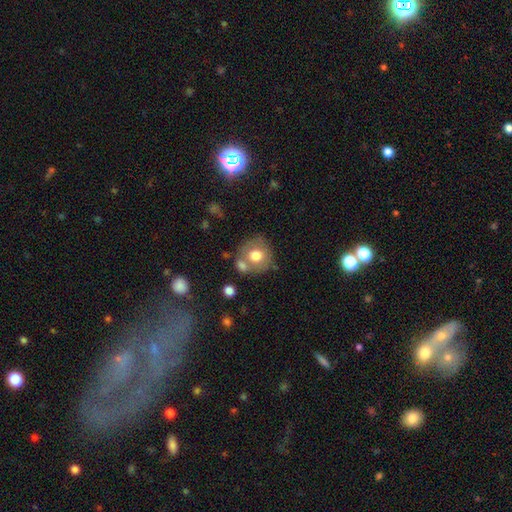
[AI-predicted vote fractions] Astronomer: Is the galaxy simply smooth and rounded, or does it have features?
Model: smooth — 70%.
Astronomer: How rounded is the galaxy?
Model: round — 84%.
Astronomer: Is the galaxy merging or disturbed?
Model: none — 55%.